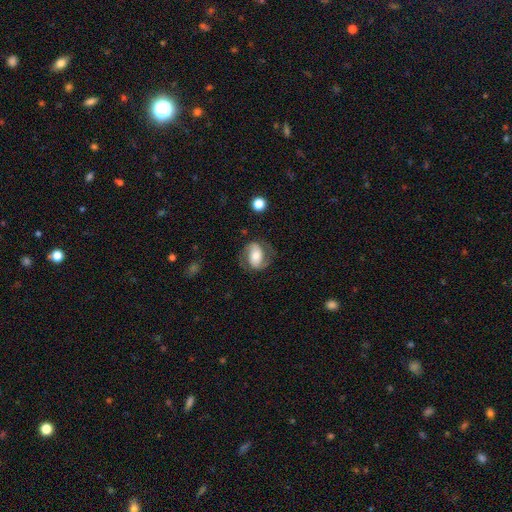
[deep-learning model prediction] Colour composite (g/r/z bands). It shows a featured or disk galaxy (67%) with no bar (39%), 2 (89%) medium (50%) spiral arms (89%) and a moderate central bulge (51%). Merging: none (69%).